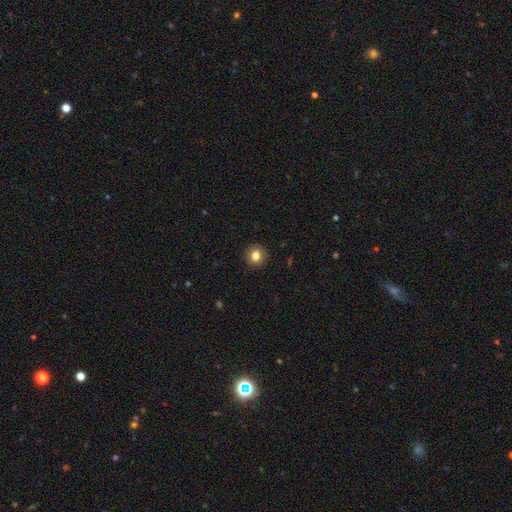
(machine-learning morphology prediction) This appears to be a smooth galaxy with no disk features (82%) that is round (89%). Merging: none (92%).